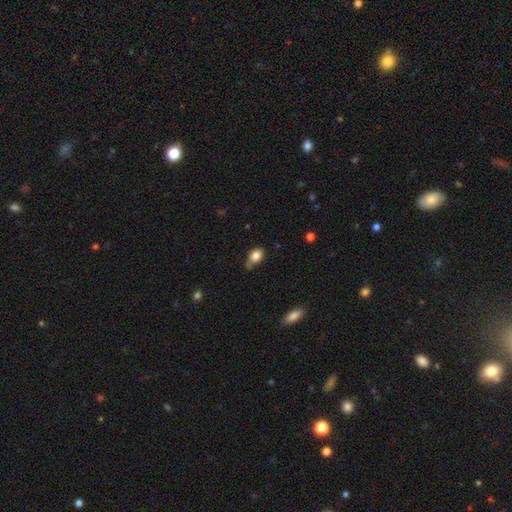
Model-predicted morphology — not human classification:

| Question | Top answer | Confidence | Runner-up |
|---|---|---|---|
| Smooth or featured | smooth | 83% | star or artifact (9%) |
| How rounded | in between | 77% | round (21%) |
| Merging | none | 46% | minor disturbance (38%) |